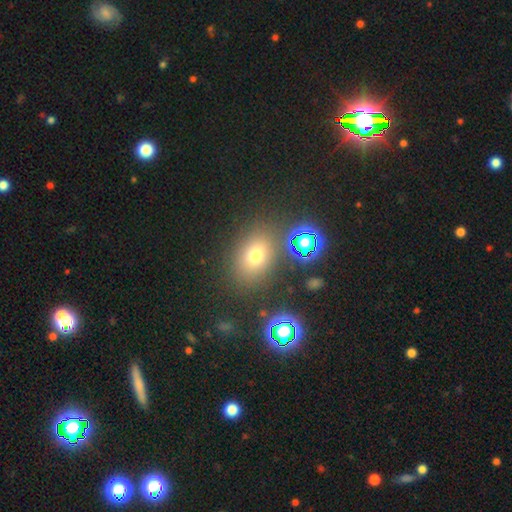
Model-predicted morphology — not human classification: A smooth galaxy with no disk features (66%) that is in between round and cigar-shaped (61%).

Vote fractions:
- Smooth or featured? smooth: 66% / star or artifact: 23% / featured or disk: 12%
- How rounded? in between: 61% / round: 38% / cigar-shaped: 2%
- Merging? none: 79% / minor disturbance: 10% / merger: 6% / major disturbance: 5%